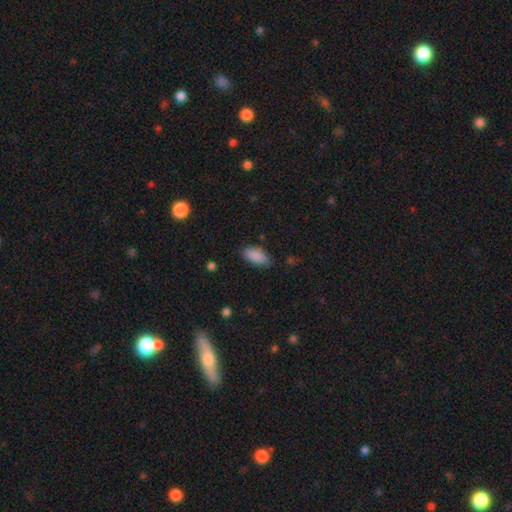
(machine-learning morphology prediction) A smooth galaxy with no disk features (88%) that is in between round and cigar-shaped (88%).

Vote fractions:
- Smooth or featured? smooth: 88% / star or artifact: 7% / featured or disk: 4%
- How rounded? in between: 88% / cigar-shaped: 9% / round: 2%
- Merging? none: 77% / minor disturbance: 18% / major disturbance: 3% / merger: 2%